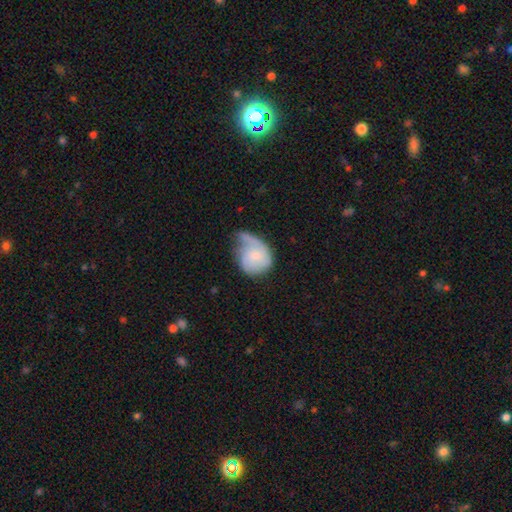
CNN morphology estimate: A featured or disk galaxy (49%). Merging: minor disturbance (38%).